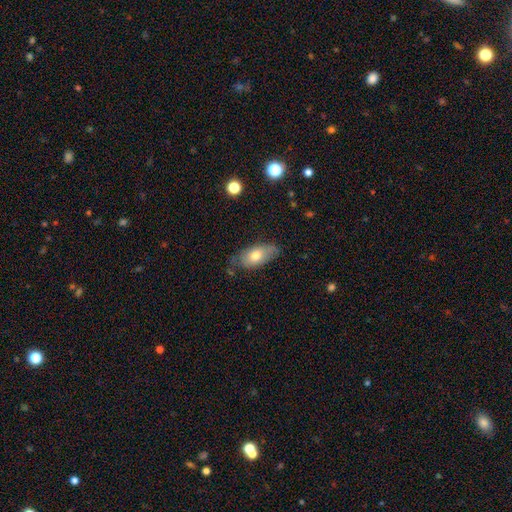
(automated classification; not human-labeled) Overall: smooth (70%). How rounded: in between (90%). Merging: none (65%; minor disturbance 27%).